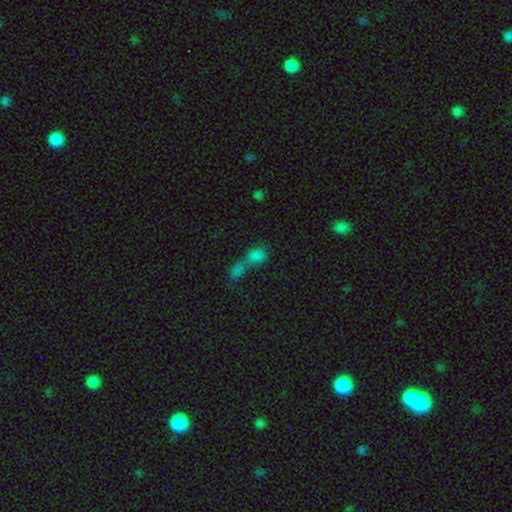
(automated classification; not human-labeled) Q: Smooth or featured?
A: smooth (76%); runner-up: star or artifact (14%)
Q: How rounded?
A: in between (66%); runner-up: round (30%)
Q: Merging?
A: merger (73%); runner-up: none (16%)